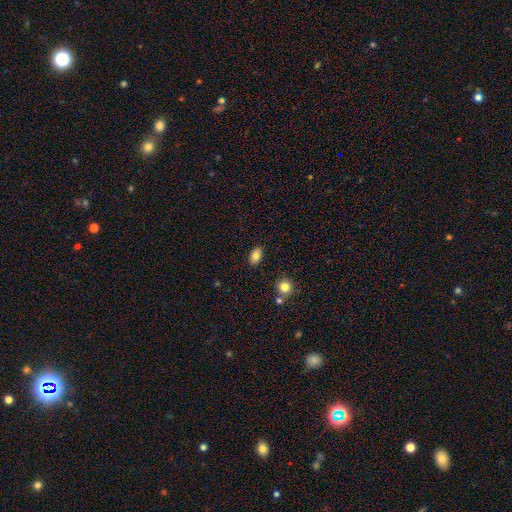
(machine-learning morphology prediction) smooth 82%, star or artifact 9%, featured or disk 9%. Down the decision tree: how rounded — in between (89%); merging — none (87%).